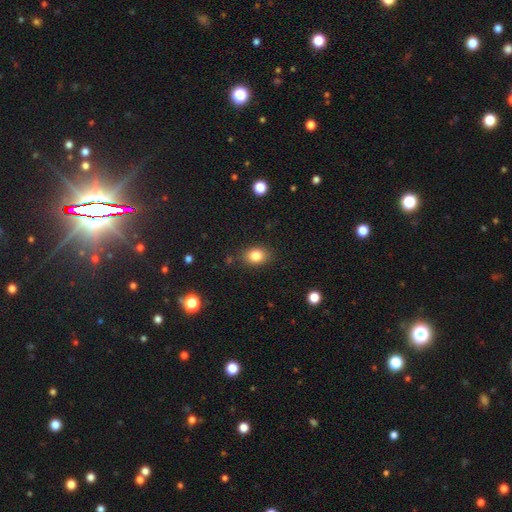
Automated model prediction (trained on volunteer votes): Smooth or featured? Predicted: smooth (p=0.82). How rounded? Predicted: in between (p=0.65). Merging? Predicted: none (p=0.84).